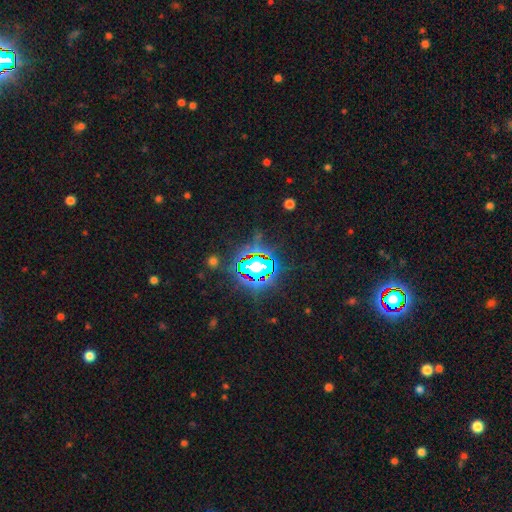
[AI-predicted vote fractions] A star or artifact, not a galaxy (78%).